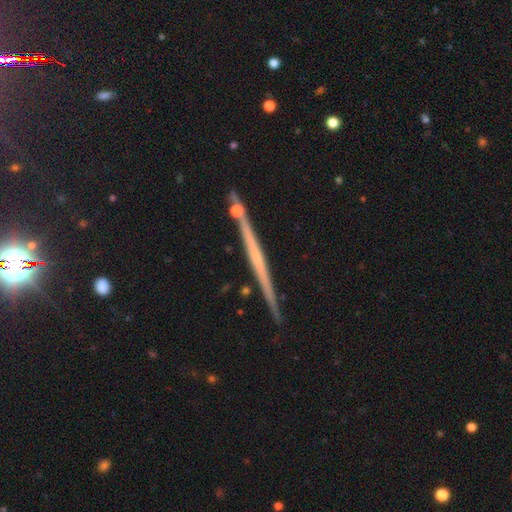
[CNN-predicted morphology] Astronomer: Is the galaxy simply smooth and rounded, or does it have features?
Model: featured or disk — 67%.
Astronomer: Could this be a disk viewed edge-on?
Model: yes — 98%.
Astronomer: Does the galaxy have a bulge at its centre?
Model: none — 81%.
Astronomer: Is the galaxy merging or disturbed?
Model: none — 86%.